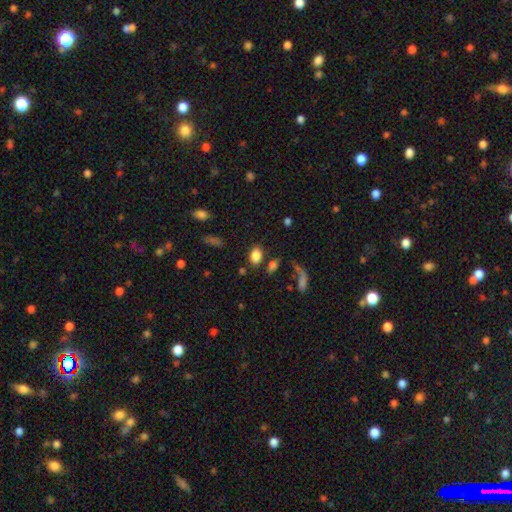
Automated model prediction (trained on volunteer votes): Smooth or featured?
  - smooth: 84% *
  - star or artifact: 9%
  - featured or disk: 7%
How rounded?
  - in between: 84% *
  - round: 15%
  - cigar-shaped: 2%
Merging?
  - none: 77% *
  - minor disturbance: 10%
  - merger: 8%
  - major disturbance: 6%